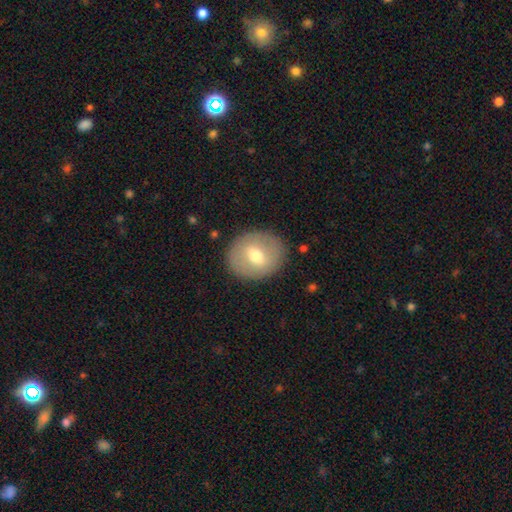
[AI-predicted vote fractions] Smooth or featured? smooth (58%)
How rounded? round (69%)
Merging? none (88%)